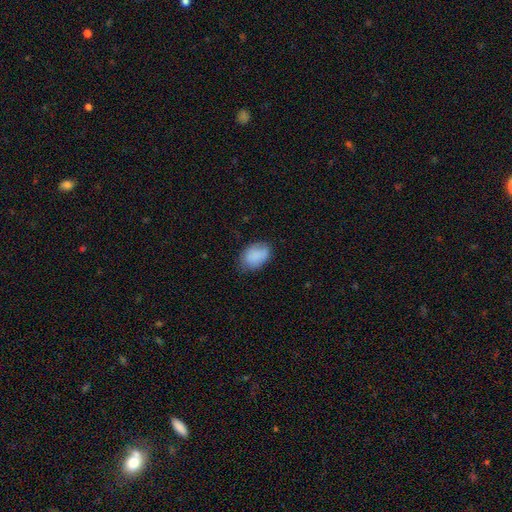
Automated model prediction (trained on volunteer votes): Smooth or featured? Predicted: smooth (p=0.86). How rounded? Predicted: in between (p=0.84). Merging? Predicted: none (p=0.70).